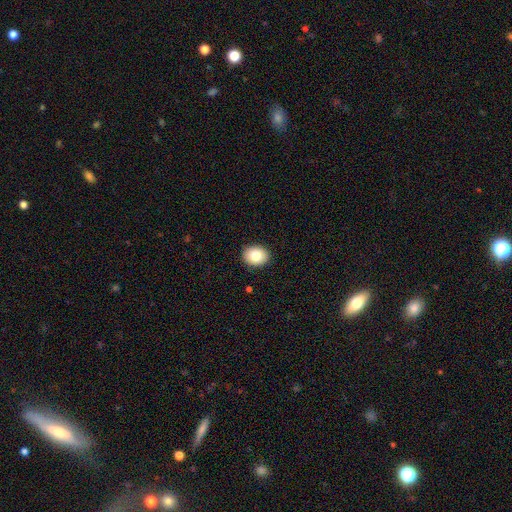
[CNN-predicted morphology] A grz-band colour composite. It shows a smooth galaxy with no disk features (82%) that is round (55%). Merging: none (90%).